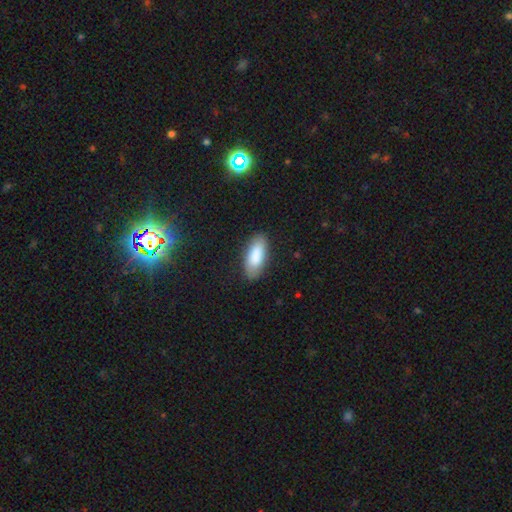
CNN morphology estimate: This is clearly a smooth galaxy (86%). How rounded: clearly in between (84%). Merging: clearly none (84%).